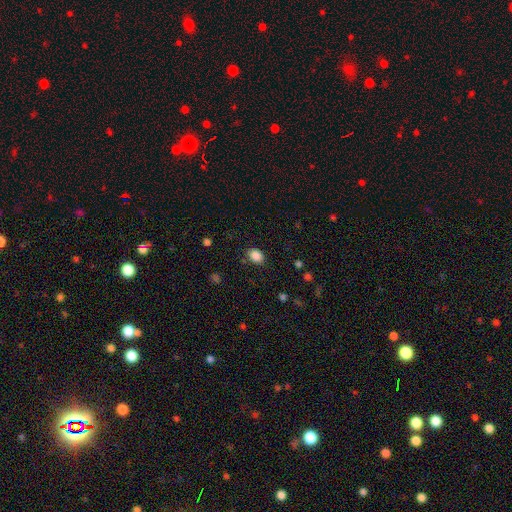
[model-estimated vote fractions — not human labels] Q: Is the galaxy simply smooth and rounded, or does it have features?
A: smooth — 87%.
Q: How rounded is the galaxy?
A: in between — 70%.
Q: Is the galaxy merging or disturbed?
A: none — 83%.